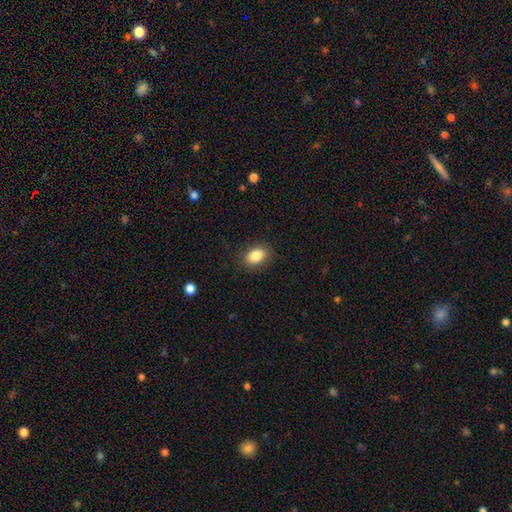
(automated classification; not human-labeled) This appears to be a smooth galaxy with no disk features (85%) that is in between round and cigar-shaped (71%). Merging: none (85%).